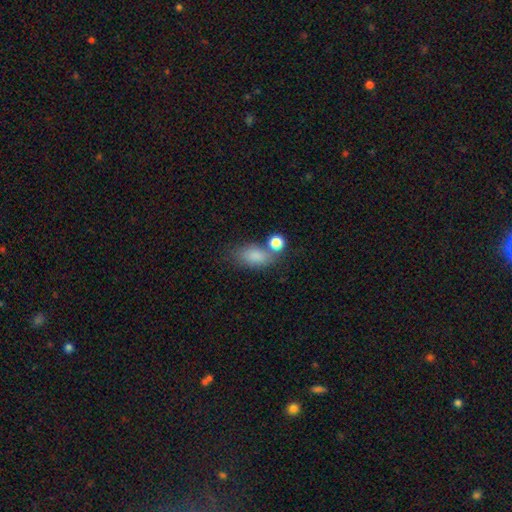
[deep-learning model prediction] smooth-or-featured: smooth: 83% | star or artifact: 10% | featured or disk: 8%
  how-rounded: in between: 84% | round: 12% | cigar-shaped: 4%
  merging: none: 53% | merger: 21% | minor disturbance: 18% | major disturbance: 8%